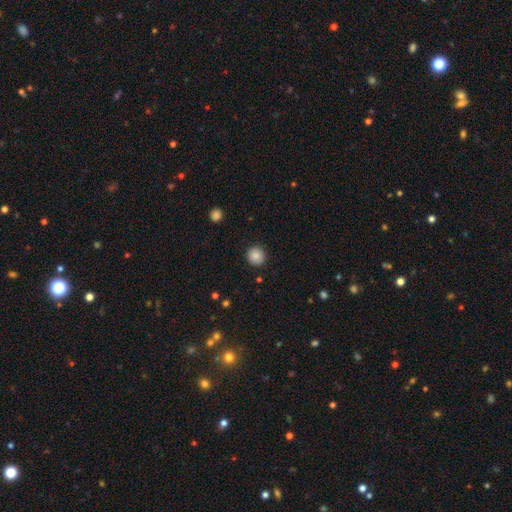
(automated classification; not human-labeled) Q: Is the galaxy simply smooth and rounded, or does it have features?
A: smooth — 87%.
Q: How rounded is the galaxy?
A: round — 93%.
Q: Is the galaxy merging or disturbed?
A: none — 91%.